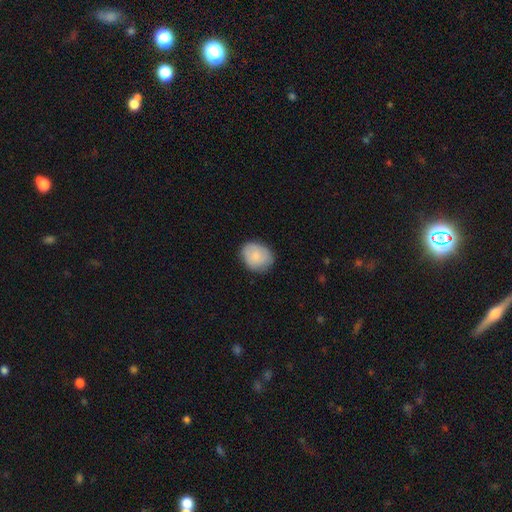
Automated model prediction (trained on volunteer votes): This is clearly a smooth galaxy (84%). How rounded: possibly round (51%). Merging: likely none (80%).